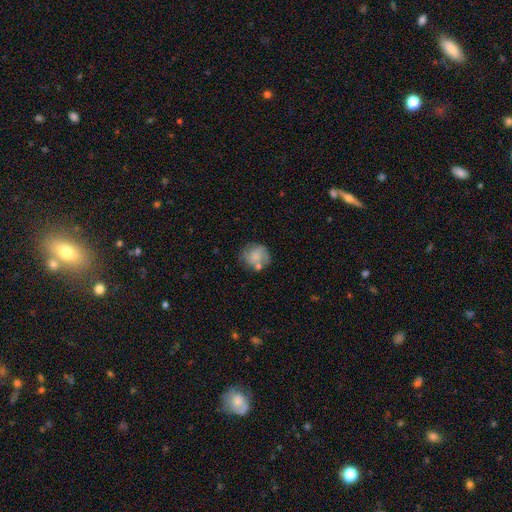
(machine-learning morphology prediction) Smooth or featured?
  - smooth: 66% *
  - featured or disk: 25%
  - star or artifact: 9%
How rounded?
  - round: 72% *
  - in between: 27%
  - cigar-shaped: 1%
Merging?
  - none: 51% *
  - minor disturbance: 23%
  - merger: 15%
  - major disturbance: 11%